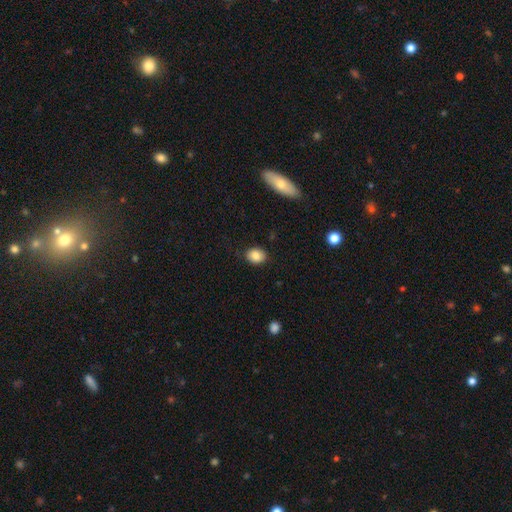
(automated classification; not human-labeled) Smooth or featured? Predicted: smooth (p=0.85). How rounded? Predicted: in between (p=0.53). Merging? Predicted: none (p=0.85).